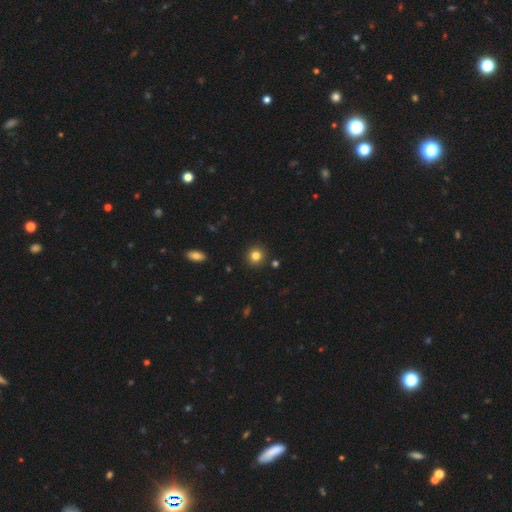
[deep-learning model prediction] smooth 83%, star or artifact 11%, featured or disk 6%. Down the decision tree: how rounded — round (90%); merging — none (90%).